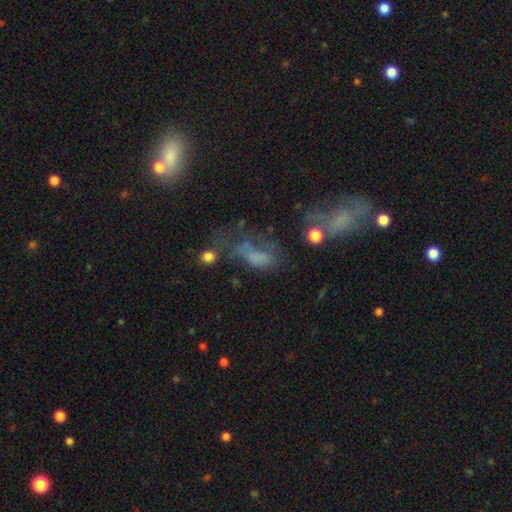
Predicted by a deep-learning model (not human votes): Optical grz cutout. It shows a smooth galaxy with no disk features (48%). Merging: major disturbance (36%).